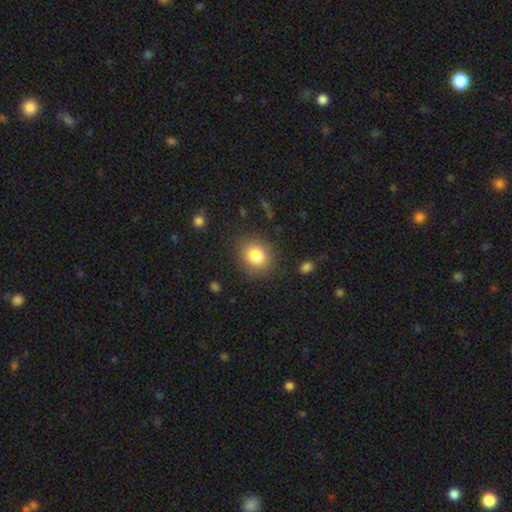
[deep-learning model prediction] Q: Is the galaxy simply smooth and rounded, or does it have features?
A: smooth — 82%.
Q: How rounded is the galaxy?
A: round — 66%.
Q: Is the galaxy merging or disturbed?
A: none — 83%.